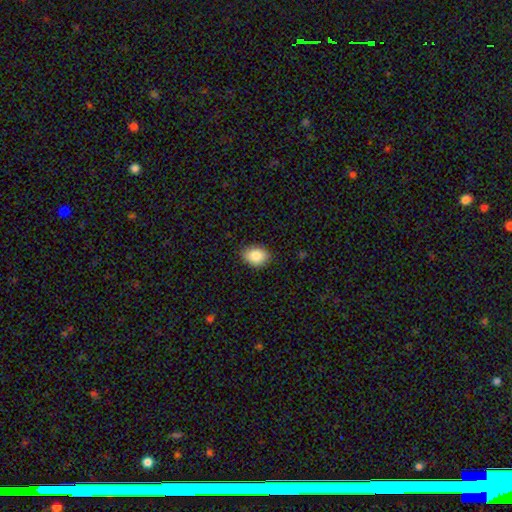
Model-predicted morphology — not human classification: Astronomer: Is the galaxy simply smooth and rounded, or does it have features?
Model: smooth — 87%.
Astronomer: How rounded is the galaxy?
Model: in between — 70%.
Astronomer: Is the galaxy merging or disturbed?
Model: none — 87%.